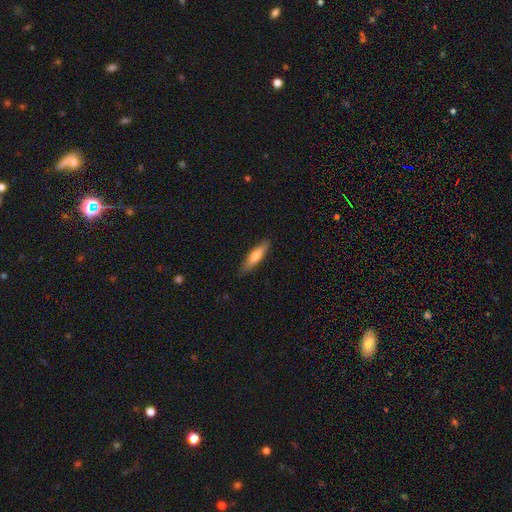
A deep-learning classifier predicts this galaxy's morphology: type=smooth (72%); roundness=cigar-shaped (71%); merging=none (87%).